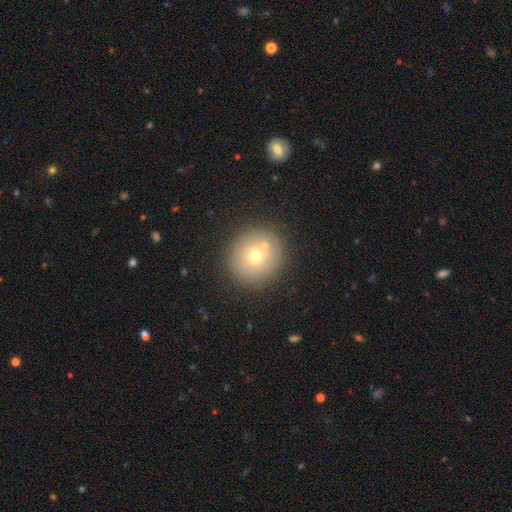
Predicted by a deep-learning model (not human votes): Smooth or featured? Predicted: smooth (p=0.67). How rounded? Predicted: round (p=0.91). Merging? Predicted: none (p=0.77).